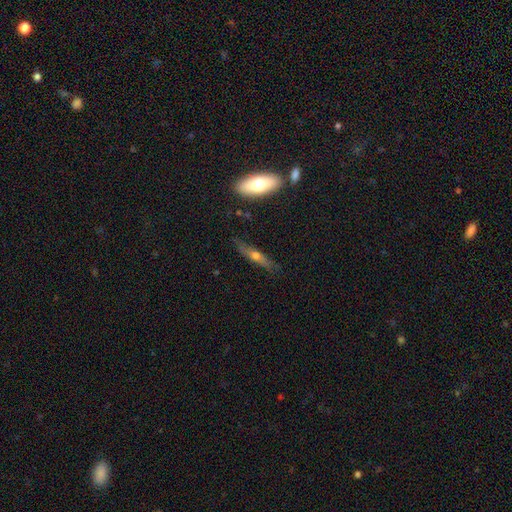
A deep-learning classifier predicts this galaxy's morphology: smooth_or_featured: featured or disk (p=0.55) [alt: smooth p=0.38]
disk_edge_on: yes (p=0.90) [alt: no p=0.10]
merging: none (p=0.80) [alt: minor disturbance p=0.14]